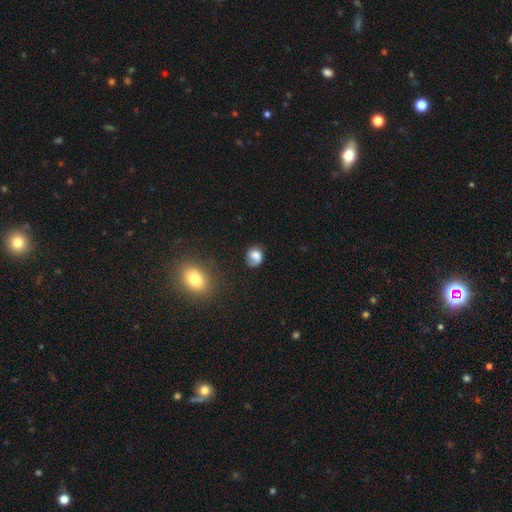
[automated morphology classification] A smooth galaxy with no disk features (74%) that is round (58%). Merging: none (53%).